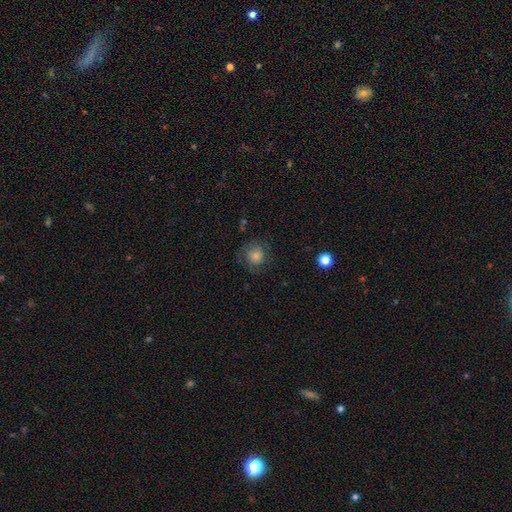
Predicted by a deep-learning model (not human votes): Q: Smooth or featured?
A: smooth (59%); runner-up: featured or disk (29%)
Q: How rounded?
A: round (85%); runner-up: in between (14%)
Q: Merging?
A: none (70%); runner-up: minor disturbance (18%)